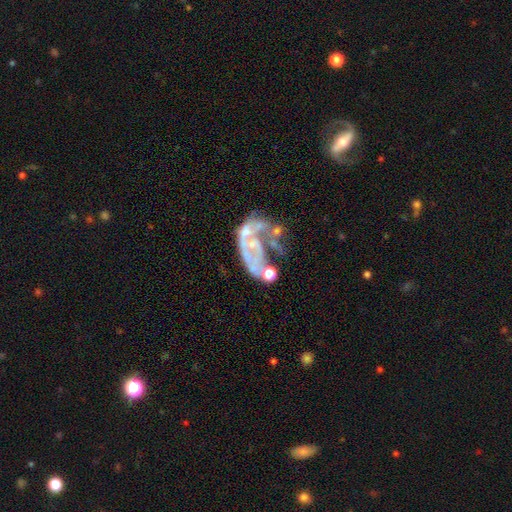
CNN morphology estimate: Smooth or featured: featured or disk — 72% (smooth — 16%)
Edge-on disk: no — 97% (yes — 3%)
Bar: no — 87% (weak — 9%)
Spiral arms: no — 72% (yes — 28%)
Bulge size: none — 66% (small — 20%)
Merging: major disturbance — 41% (none — 23%)